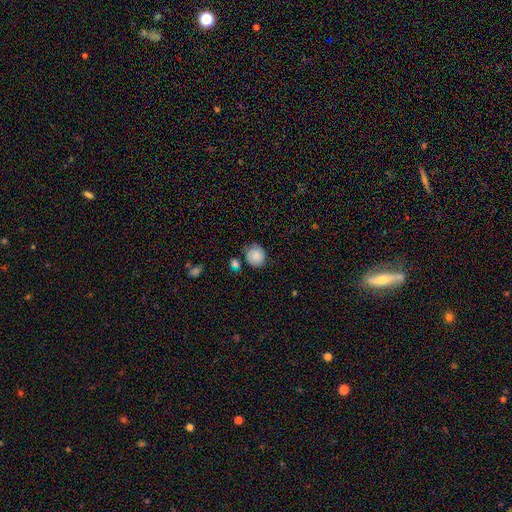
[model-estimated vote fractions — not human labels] A smooth galaxy with no disk features (77%) that is round (83%). Merging: none (67%).